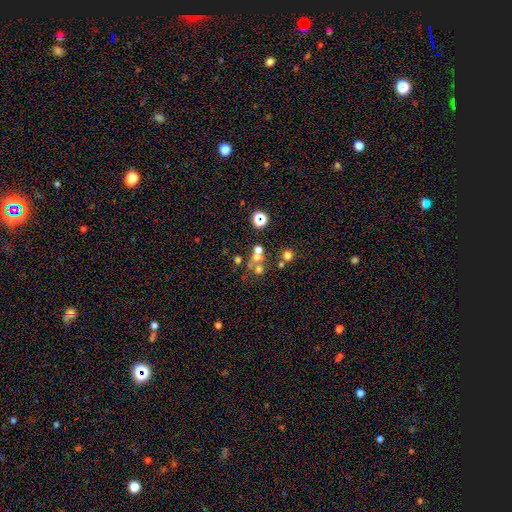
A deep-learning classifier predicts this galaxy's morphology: A smooth galaxy with no disk features (47%). Merging: none (46%).